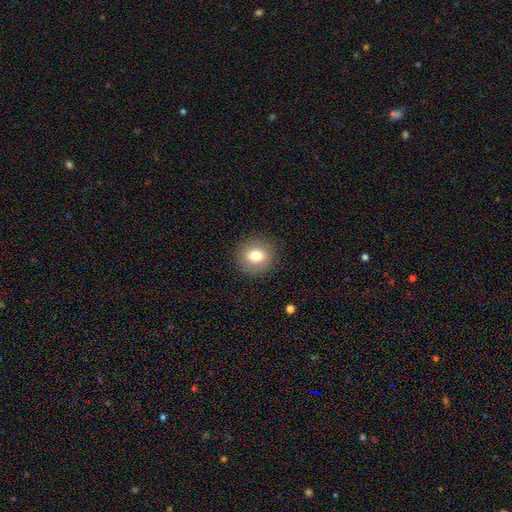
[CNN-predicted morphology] This is likely a smooth galaxy (77%). How rounded: clearly round (81%). Merging: clearly none (89%).